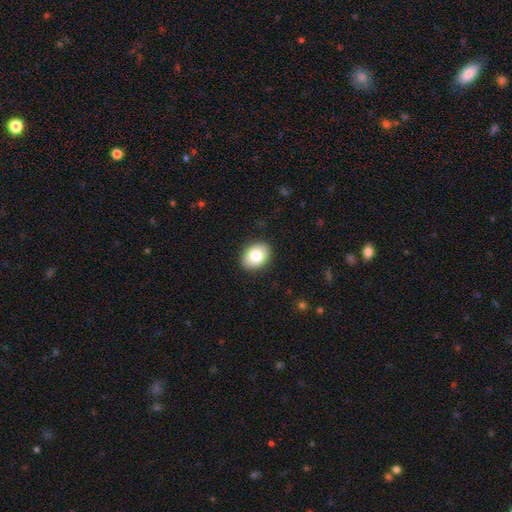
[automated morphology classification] smooth 82%, featured or disk 10%, star or artifact 7%. Down the decision tree: how rounded — in between (70%); merging — none (89%).